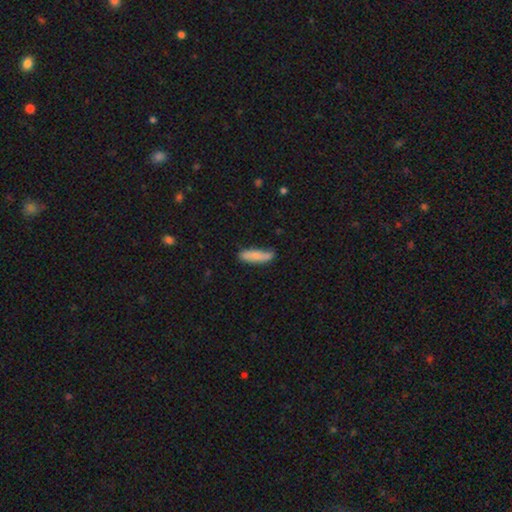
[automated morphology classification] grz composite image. It shows a smooth galaxy with no disk features (79%) that is cigar-shaped (65%). Merging: none (75%).